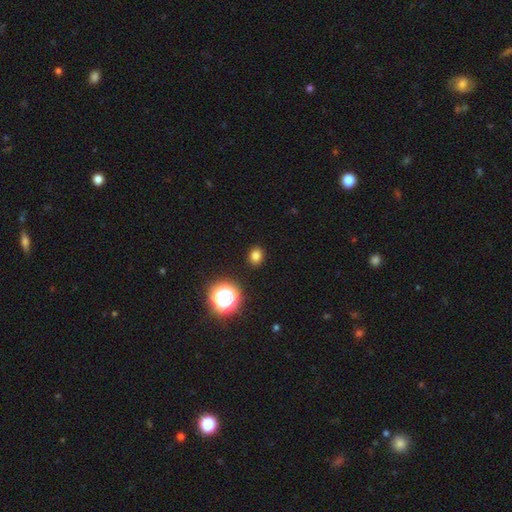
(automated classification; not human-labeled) Smooth or featured? Predicted: smooth (p=0.78). How rounded? Predicted: round (p=0.54). Merging? Predicted: none (p=0.89).